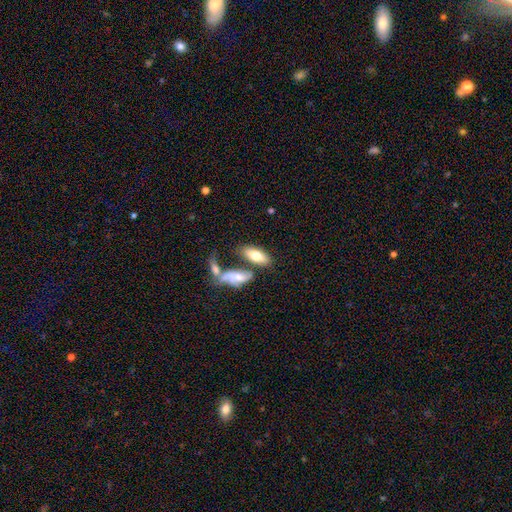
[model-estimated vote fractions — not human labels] This is likely a smooth galaxy (70%). How rounded: clearly in between (82%). Merging: possibly none (50%).